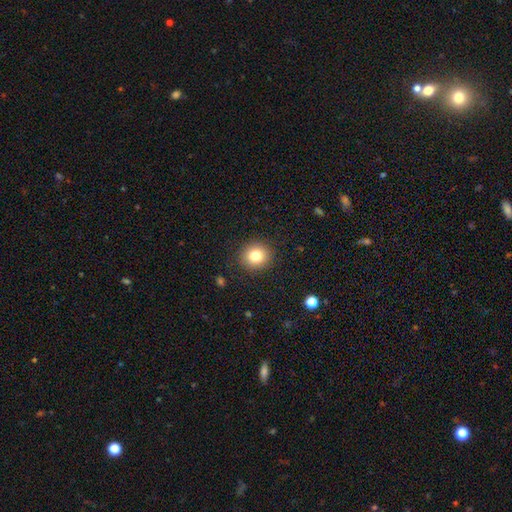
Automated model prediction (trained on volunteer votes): This appears to be a smooth galaxy with no disk features (81%) that is round (87%). Merging: none (90%).